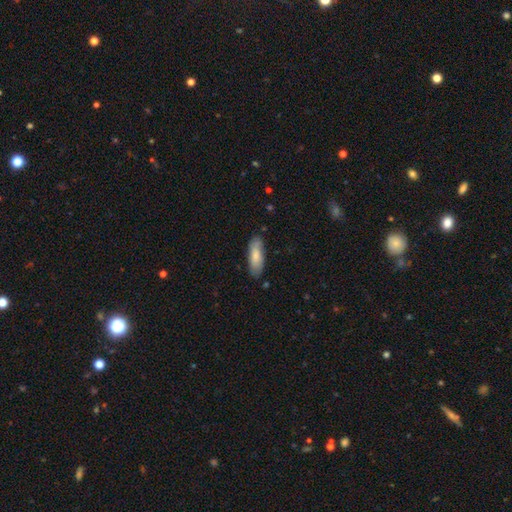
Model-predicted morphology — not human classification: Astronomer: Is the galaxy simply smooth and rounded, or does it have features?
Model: smooth — 77%.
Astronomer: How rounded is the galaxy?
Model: in between — 61% (runner-up: cigar-shaped, 37%).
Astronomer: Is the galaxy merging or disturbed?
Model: none — 79%.